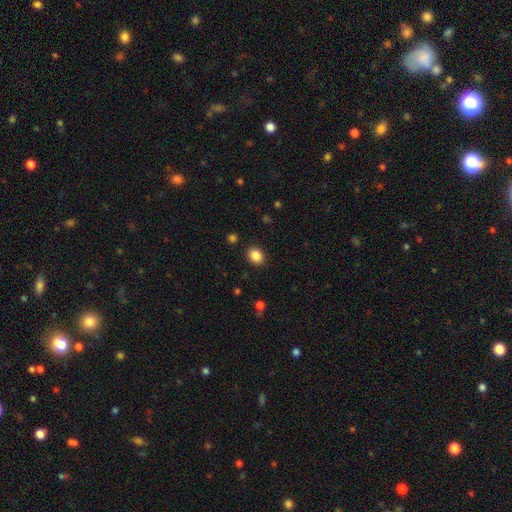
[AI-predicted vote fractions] smooth_or_featured: smooth (p=0.86) [alt: star or artifact p=0.10]
how_rounded: round (p=0.54) [alt: in between p=0.45]
merging: none (p=0.89) [alt: minor disturbance p=0.07]